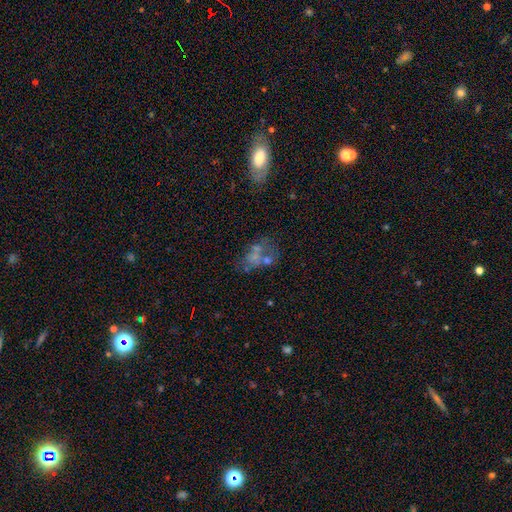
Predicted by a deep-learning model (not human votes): Overall: featured or disk (42%; smooth 40%). Merging: none (34%; merger 30%).